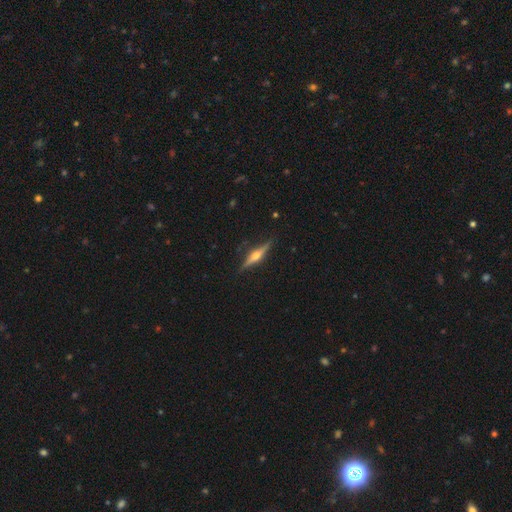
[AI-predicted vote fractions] A featured or disk galaxy (78%) viewed edge-on (98%) with a rounded central bulge (94%).

Vote fractions:
- Smooth or featured? featured or disk: 78% / smooth: 17% / star or artifact: 6%
- Edge-on disk? yes: 98% / no: 2%
- Edge-on bulge? rounded: 94% / boxy: 4% / none: 2%
- Merging? none: 88% / minor disturbance: 9% / major disturbance: 2% / merger: 1%